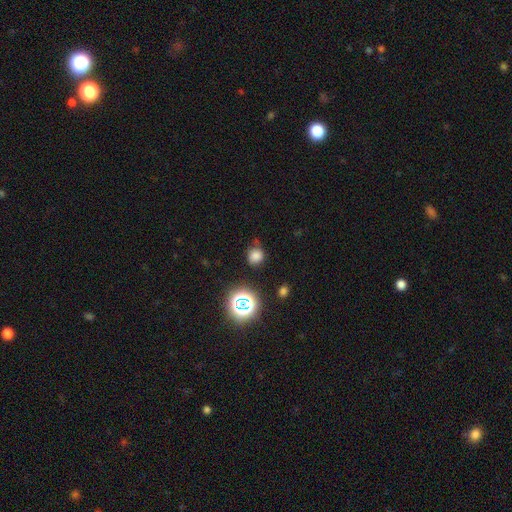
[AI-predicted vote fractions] The model was most divided on "smooth or featured": smooth: 73%, star or artifact: 21%, featured or disk: 6%. More confident: how rounded — round (82%); merging — none (73%).